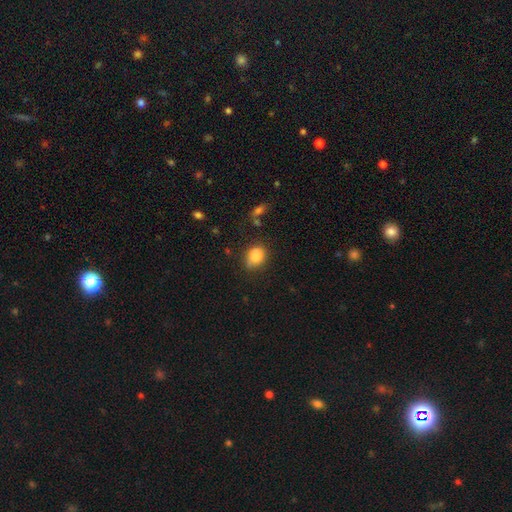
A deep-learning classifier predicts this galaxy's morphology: This is clearly a smooth galaxy (81%). How rounded: possibly in between (56%). Merging: likely none (61%).